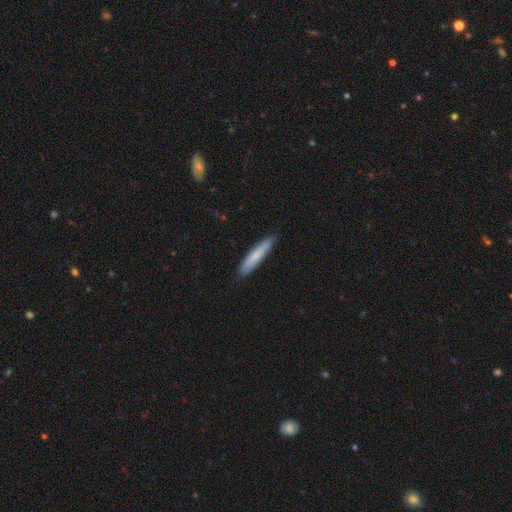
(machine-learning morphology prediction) type=smooth (75%); roundness=cigar-shaped (90%); merging=none (86%).